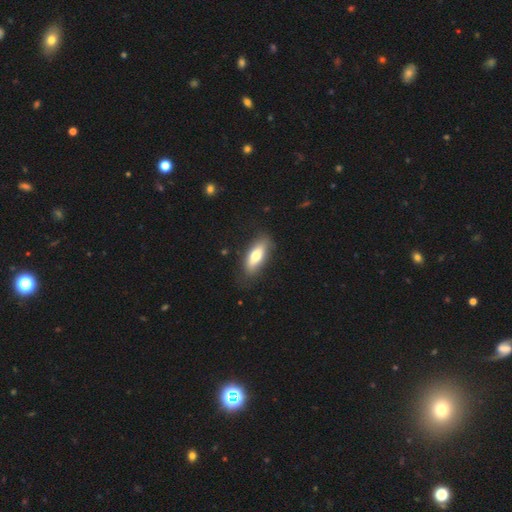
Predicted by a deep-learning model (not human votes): Overall: smooth (71%). How rounded: in between (70%). Merging: none (79%).